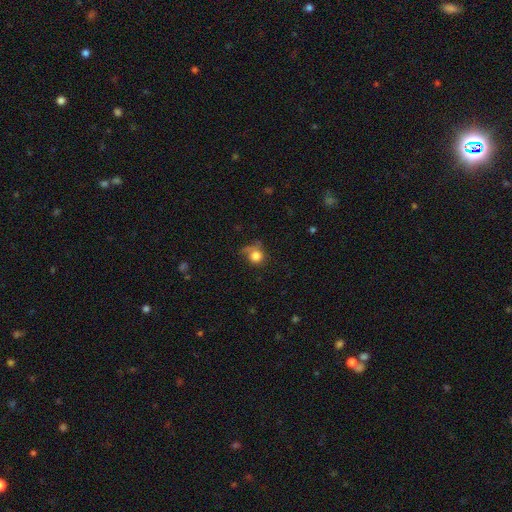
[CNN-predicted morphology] type=smooth (78%); roundness=round (84%); merging=none (50%).